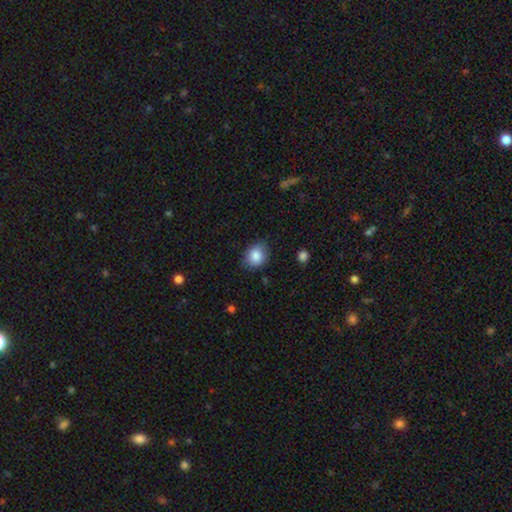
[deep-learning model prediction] smooth 85%, star or artifact 8%, featured or disk 7%. Down the decision tree: how rounded — round (52%); merging — none (77%).